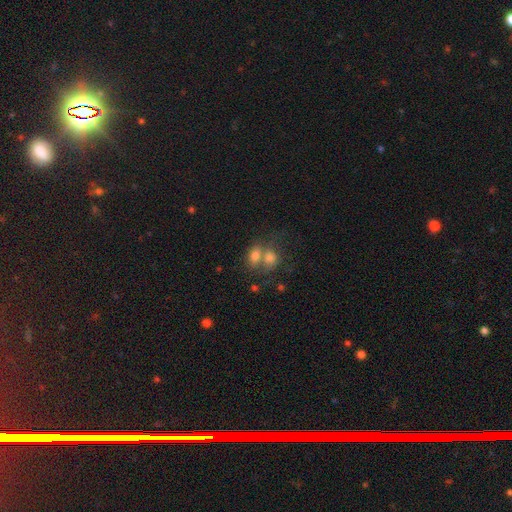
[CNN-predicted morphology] Smooth or featured?
  - smooth: 74% *
  - featured or disk: 15%
  - star or artifact: 11%
How rounded?
  - in between: 71% *
  - round: 27%
  - cigar-shaped: 2%
Merging?
  - merger: 61% *
  - none: 27%
  - minor disturbance: 8%
  - major disturbance: 5%